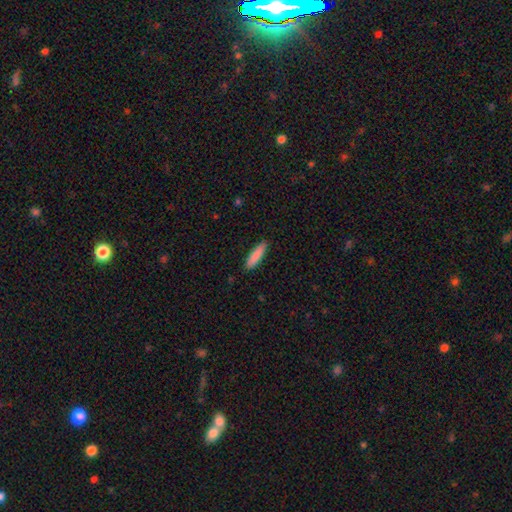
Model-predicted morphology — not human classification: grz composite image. It shows a smooth galaxy with no disk features (87%) that is cigar-shaped (78%). Merging: none (89%).